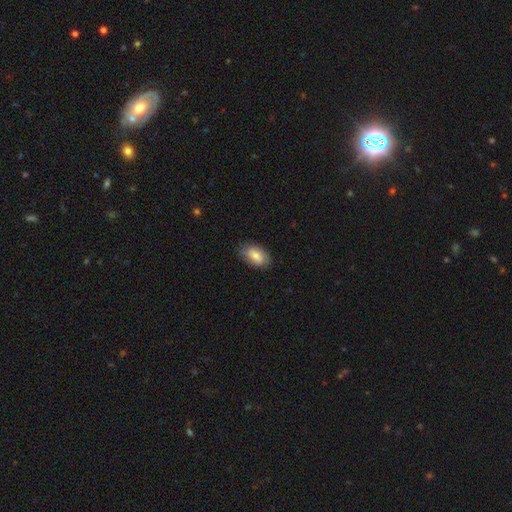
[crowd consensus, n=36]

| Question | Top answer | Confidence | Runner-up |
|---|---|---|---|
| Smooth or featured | smooth | 72% | featured or disk (25%) |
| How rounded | in between | 92% | round (8%) |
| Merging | none | 83% | minor disturbance (14%) |